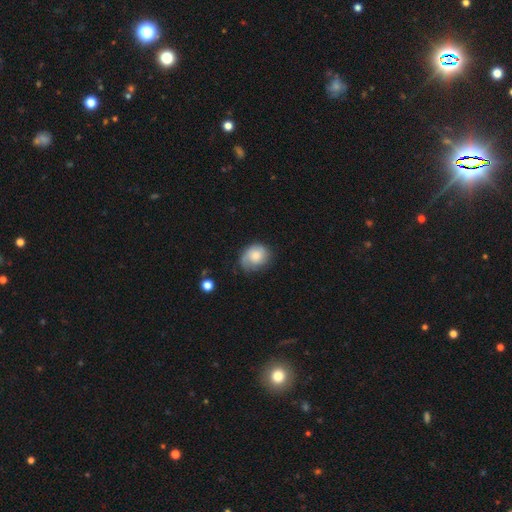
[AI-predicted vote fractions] Smooth or featured? smooth (57%)
How rounded? round (59%)
Merging? none (58%)